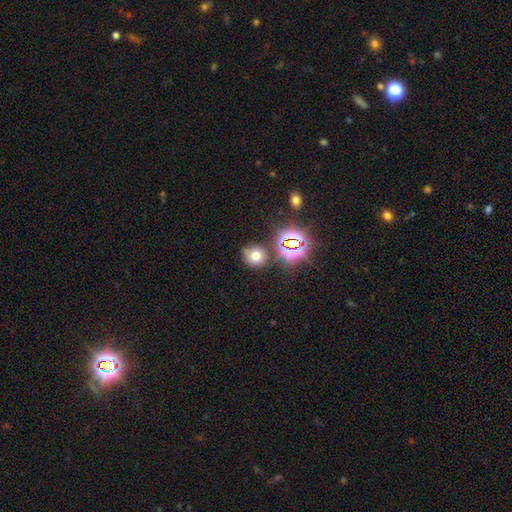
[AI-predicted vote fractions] Smooth or featured?
  - smooth: 65% *
  - star or artifact: 25%
  - featured or disk: 10%
How rounded?
  - round: 79% *
  - in between: 20%
  - cigar-shaped: 1%
Merging?
  - none: 73% *
  - minor disturbance: 14%
  - merger: 8%
  - major disturbance: 5%